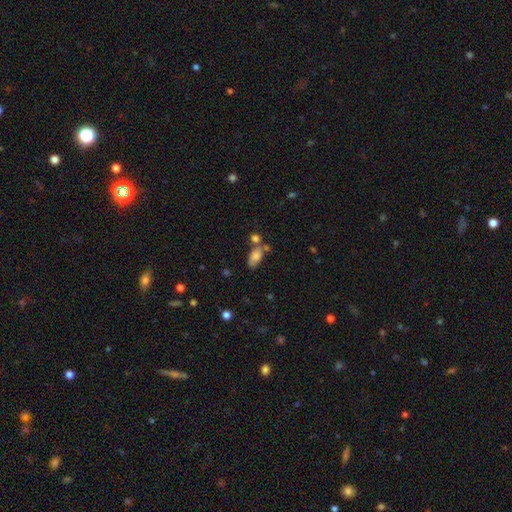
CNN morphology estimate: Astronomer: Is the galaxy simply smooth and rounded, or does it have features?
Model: smooth — 78%.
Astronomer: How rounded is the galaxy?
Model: in between — 91%.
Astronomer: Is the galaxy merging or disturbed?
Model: none — 49% (runner-up: merger, 27%).